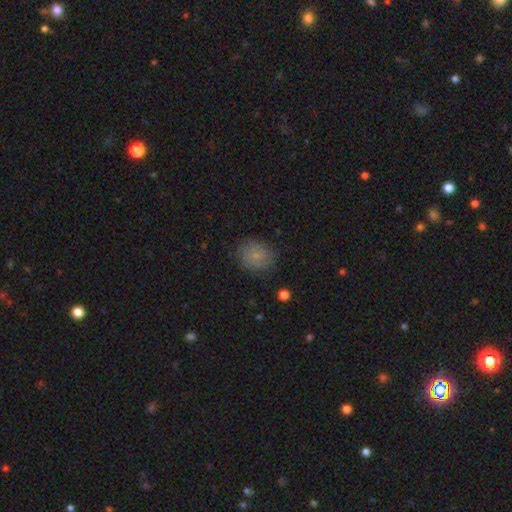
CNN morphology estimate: The model was most divided on "how rounded": round: 74%, in between: 25%, cigar-shaped: 1%. More confident: merging — none (80%); smooth or featured — smooth (77%).